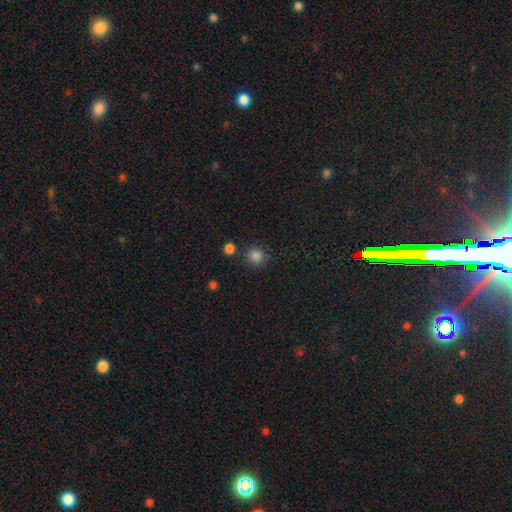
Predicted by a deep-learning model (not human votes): This is clearly a smooth galaxy (84%). How rounded: clearly round (92%). Merging: clearly none (84%).